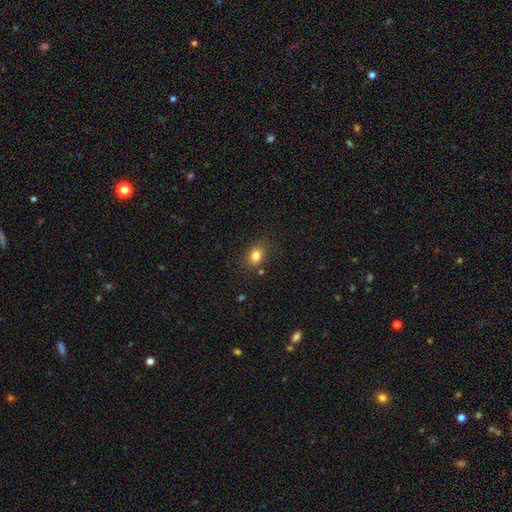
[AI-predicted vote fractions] smooth-or-featured: smooth: 82% | star or artifact: 11% | featured or disk: 7%
  how-rounded: in between: 61% | round: 37% | cigar-shaped: 1%
  merging: none: 79% | minor disturbance: 14% | merger: 4% | major disturbance: 4%